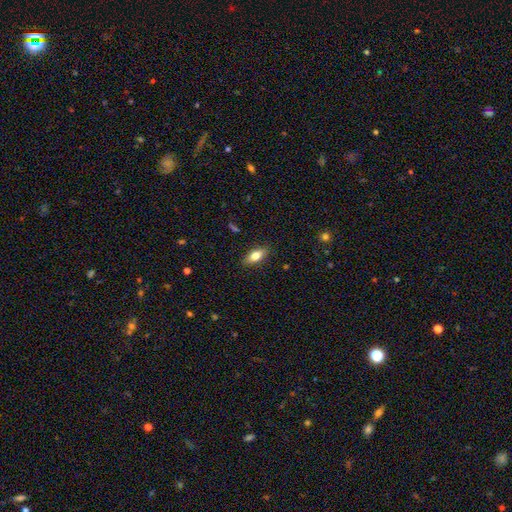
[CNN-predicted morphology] Smooth or featured? smooth (73%)
How rounded? in between (80%)
Merging? none (87%)